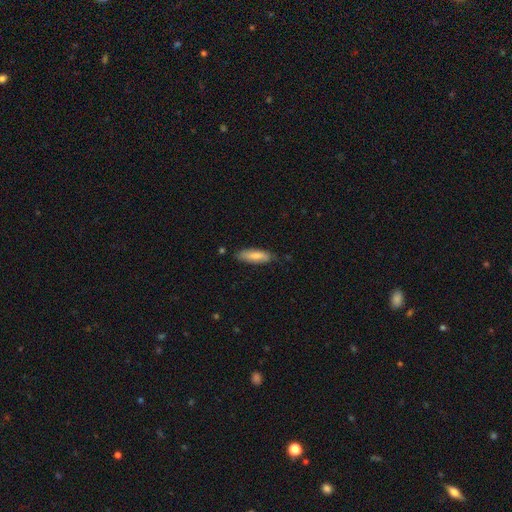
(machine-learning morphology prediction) smooth 79%, featured or disk 16%, star or artifact 6%. Down the decision tree: how rounded — cigar-shaped (52%); merging — none (77%).